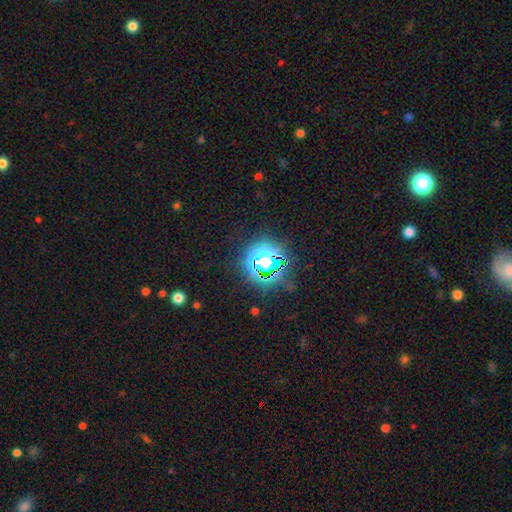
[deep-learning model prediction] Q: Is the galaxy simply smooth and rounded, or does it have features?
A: star or artifact — 75%.